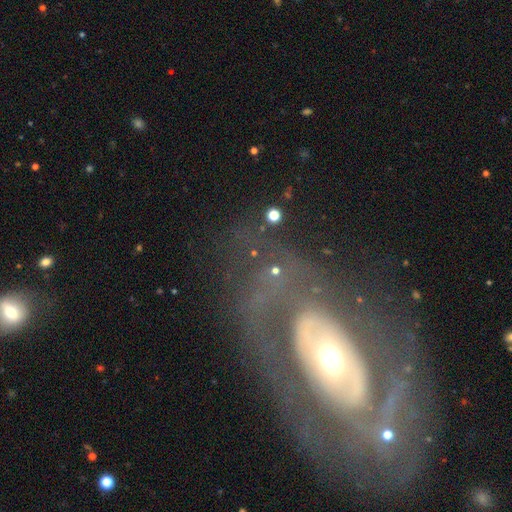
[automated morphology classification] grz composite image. It shows a featured or disk galaxy (73%) with no bar (66%), no spiral arms (51%) and a moderate central bulge (61%). Merging: none (62%).